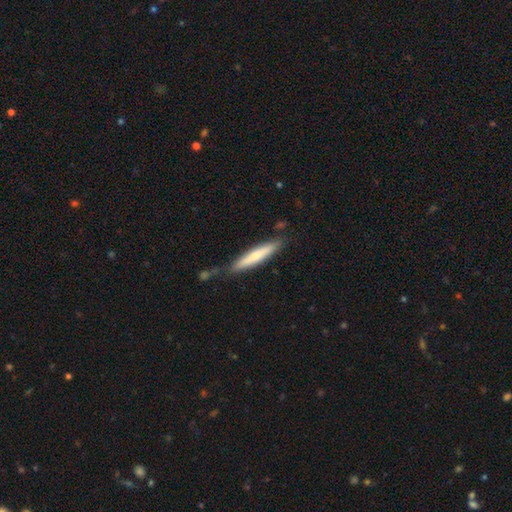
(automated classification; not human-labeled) smooth 66%, featured or disk 29%, star or artifact 5%. Down the decision tree: how rounded — cigar-shaped (91%); merging — none (76%).